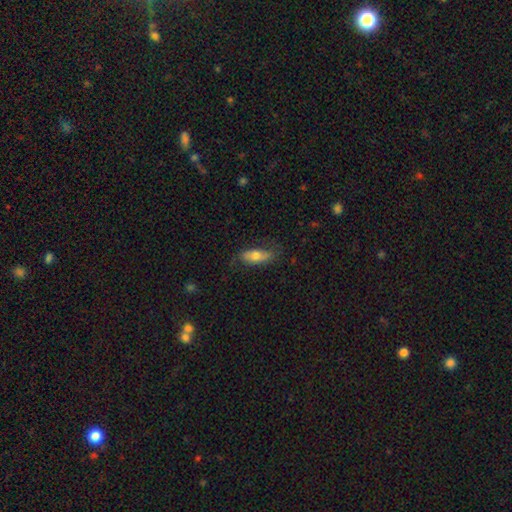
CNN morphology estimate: smooth_or_featured: smooth (p=0.60) [alt: featured or disk p=0.34]
how_rounded: in between (p=0.75) [alt: cigar-shaped p=0.21]
merging: none (p=0.69) [alt: minor disturbance p=0.22]